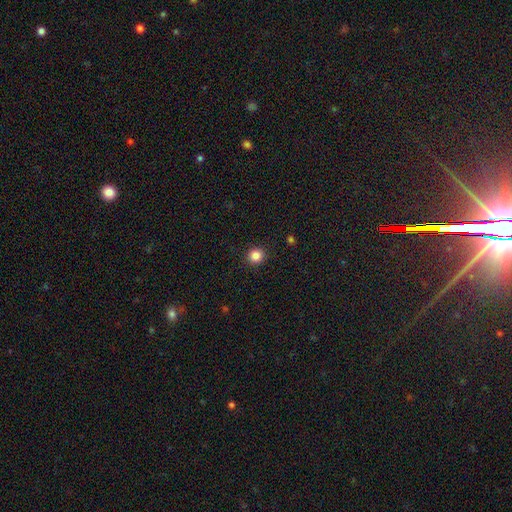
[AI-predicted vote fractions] Q: Smooth or featured?
A: smooth (85%); runner-up: star or artifact (11%)
Q: How rounded?
A: round (93%); runner-up: in between (6%)
Q: Merging?
A: none (92%); runner-up: minor disturbance (5%)